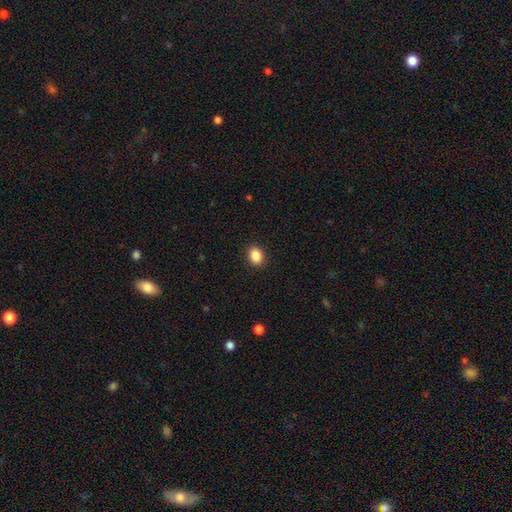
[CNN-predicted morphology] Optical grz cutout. It shows a smooth galaxy with no disk features (88%) that is in between round and cigar-shaped (63%). Merging: none (90%).